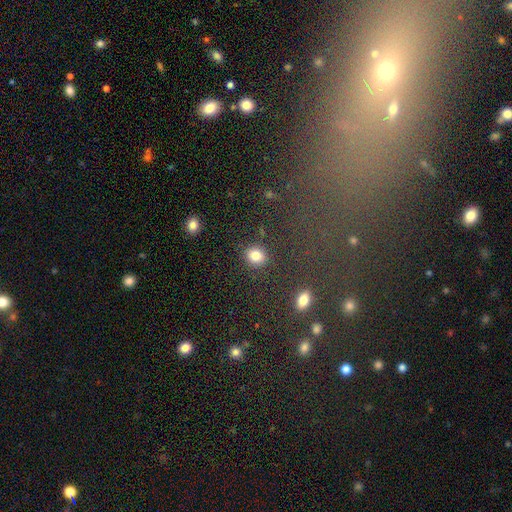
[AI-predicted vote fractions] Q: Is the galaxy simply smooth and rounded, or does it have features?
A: smooth — 83%.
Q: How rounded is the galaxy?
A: round — 69%.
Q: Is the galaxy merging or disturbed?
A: none — 86%.